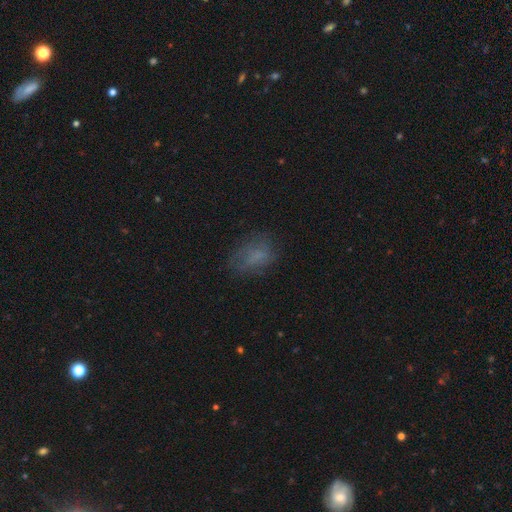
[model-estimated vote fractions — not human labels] This appears to be a smooth galaxy with no disk features (61%) that is in between round and cigar-shaped (76%). Merging: none (63%).